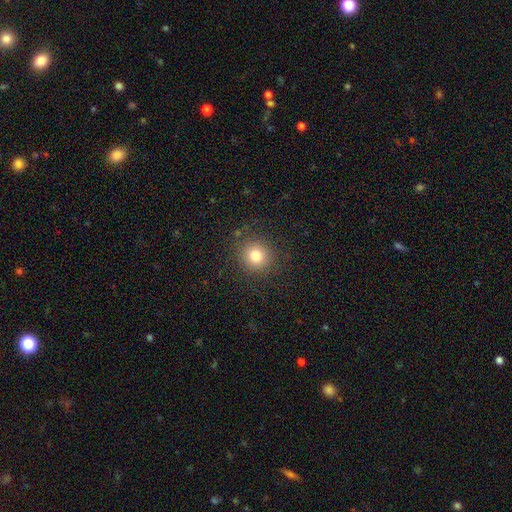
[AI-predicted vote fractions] A smooth galaxy with no disk features (79%) that is round (91%).

Vote fractions:
- Smooth or featured? smooth: 79% / star or artifact: 14% / featured or disk: 8%
- How rounded? round: 91% / in between: 8% / cigar-shaped: 1%
- Merging? none: 88% / minor disturbance: 8% / major disturbance: 3% / merger: 1%